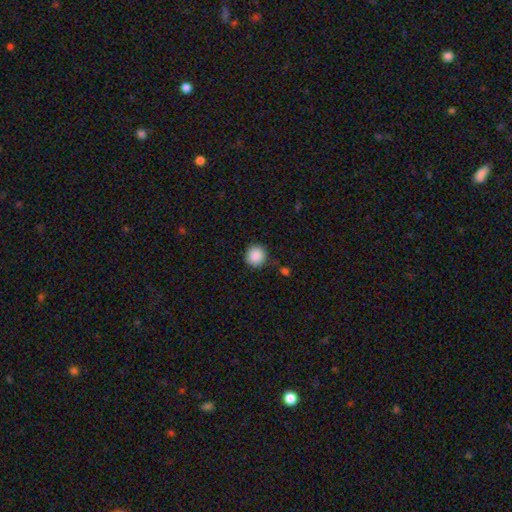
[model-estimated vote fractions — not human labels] The model was most divided on "merging": none: 88%, minor disturbance: 8%, major disturbance: 2%, merger: 2%. More confident: how rounded — round (94%); smooth or featured — smooth (89%).